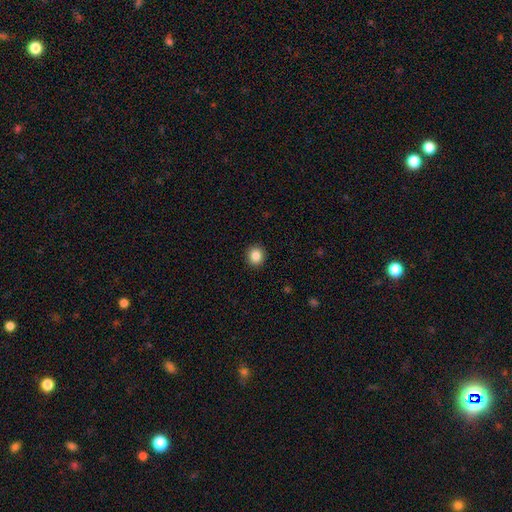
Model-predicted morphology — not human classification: This is clearly a smooth galaxy (86%). How rounded: clearly round (86%). Merging: clearly none (92%).